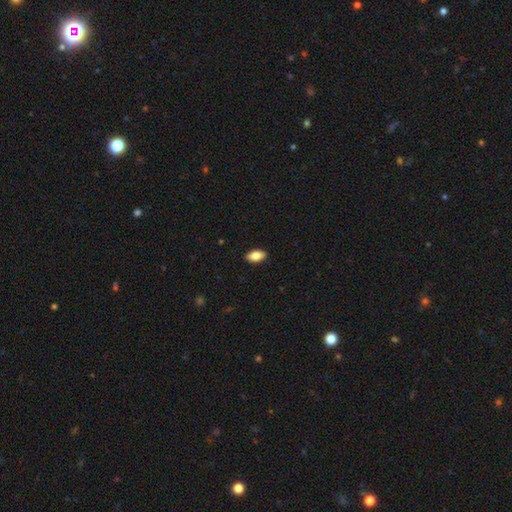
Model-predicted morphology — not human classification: The model was most divided on "smooth or featured": smooth: 82%, featured or disk: 12%, star or artifact: 7%. More confident: how rounded — in between (91%); merging — none (90%).